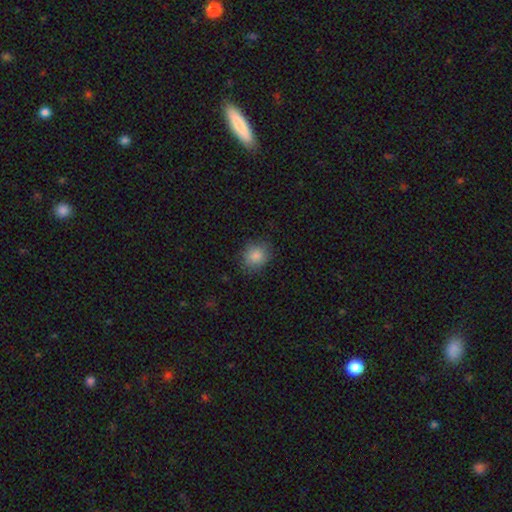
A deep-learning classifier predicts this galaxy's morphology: Smooth or featured?
  - smooth: 85% *
  - star or artifact: 10%
  - featured or disk: 5%
How rounded?
  - round: 78% *
  - in between: 21%
  - cigar-shaped: 1%
Merging?
  - none: 83% *
  - minor disturbance: 13%
  - major disturbance: 4%
  - merger: 1%